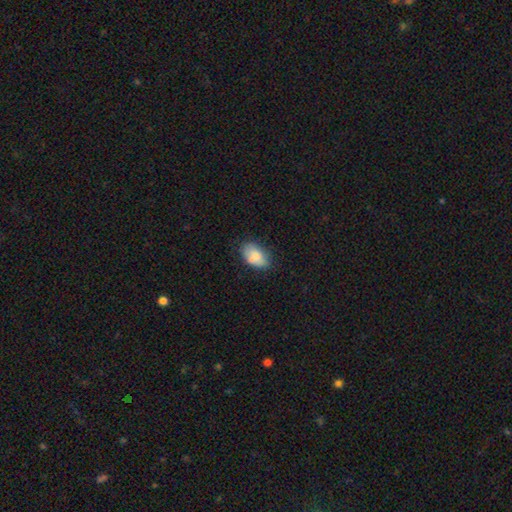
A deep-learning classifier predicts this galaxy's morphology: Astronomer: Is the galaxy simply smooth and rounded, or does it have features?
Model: smooth — 74%.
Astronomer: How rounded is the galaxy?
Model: in between — 90%.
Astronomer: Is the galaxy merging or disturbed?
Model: none — 64%.